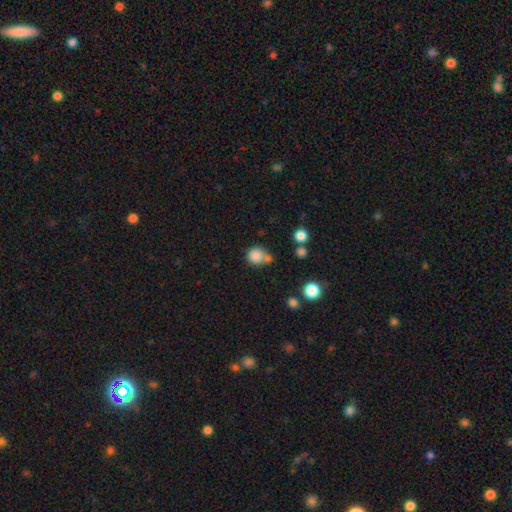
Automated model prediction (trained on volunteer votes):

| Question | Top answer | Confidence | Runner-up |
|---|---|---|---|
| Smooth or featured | smooth | 82% | star or artifact (11%) |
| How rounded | round | 87% | in between (12%) |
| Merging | none | 56% | merger (25%) |